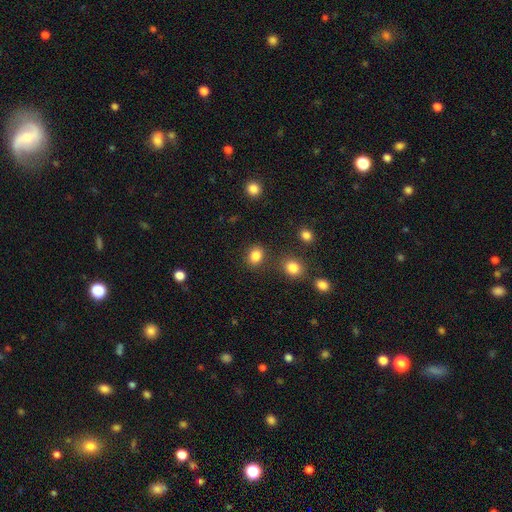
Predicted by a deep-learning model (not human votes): Morphology: type=smooth (84%); roundness=round (57%); merging=none (82%).